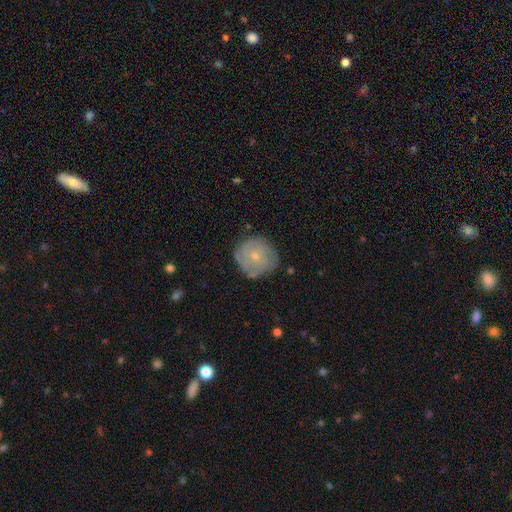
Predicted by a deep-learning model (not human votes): A featured or disk galaxy (65%) with no bar (79%), tight (68%) spiral arms (86%) and a small central bulge (71%).

Vote fractions:
- Smooth or featured? featured or disk: 65% / smooth: 27% / star or artifact: 7%
- Edge-on disk? no: 97% / yes: 3%
- Bar? no: 79% / weak: 18% / strong: 3%
- Spiral arms? yes: 86% / no: 14%
- Spiral winding? tight: 68% / medium: 25% / loose: 7%
- Spiral arm count? can't tell: 40% / 3: 20% / 4: 15% / 2: 13% / more than 4: 6% / 1: 6%
- Bulge size? small: 71% / moderate: 25% / none: 2% / large: 1% / dominant: 1%
- Merging? none: 78% / minor disturbance: 16% / major disturbance: 4% / merger: 2%